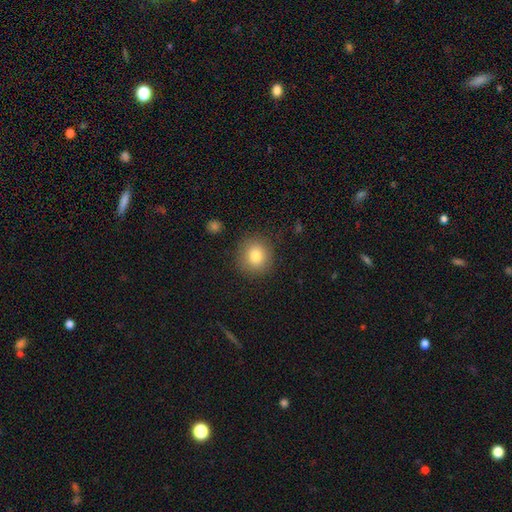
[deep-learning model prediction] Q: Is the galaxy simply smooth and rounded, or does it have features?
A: smooth — 81%.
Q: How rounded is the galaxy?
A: round — 88%.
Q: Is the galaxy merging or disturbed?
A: none — 88%.